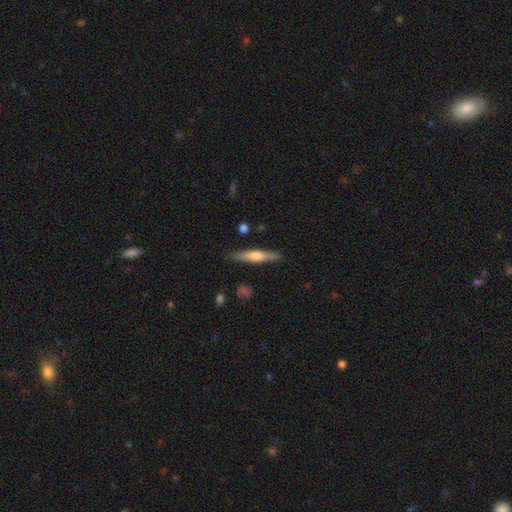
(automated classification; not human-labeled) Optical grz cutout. It shows a featured or disk galaxy (52%) viewed edge-on (96%) with a rounded central bulge (74%). Merging: none (87%).